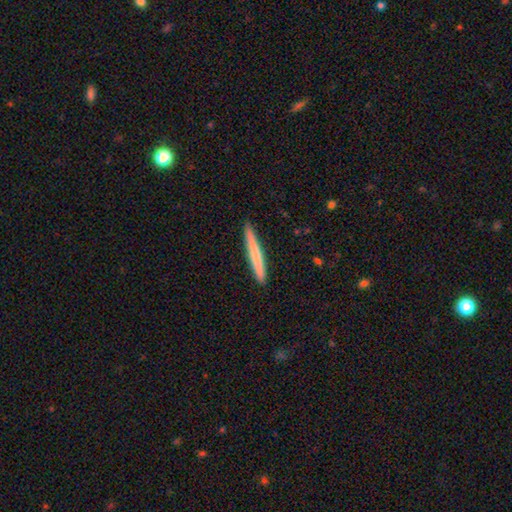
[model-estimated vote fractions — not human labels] Overall: smooth (67%; featured or disk 28%). How rounded: cigar-shaped (96%). Merging: none (90%).